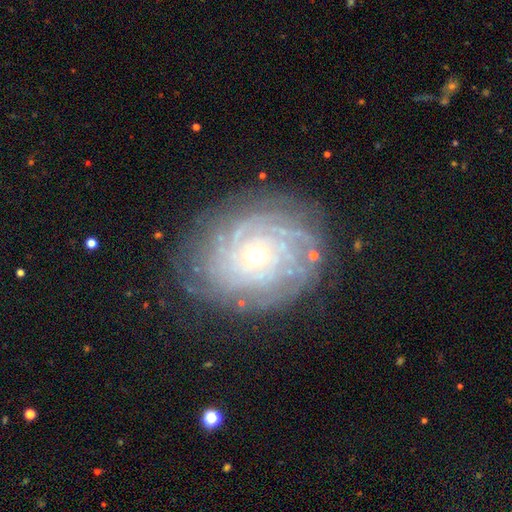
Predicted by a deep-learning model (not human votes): A featured or disk galaxy (84%) with no bar (78%), tight (83%) spiral arms (95%) and a moderate central bulge (54%). Merging: none (81%).